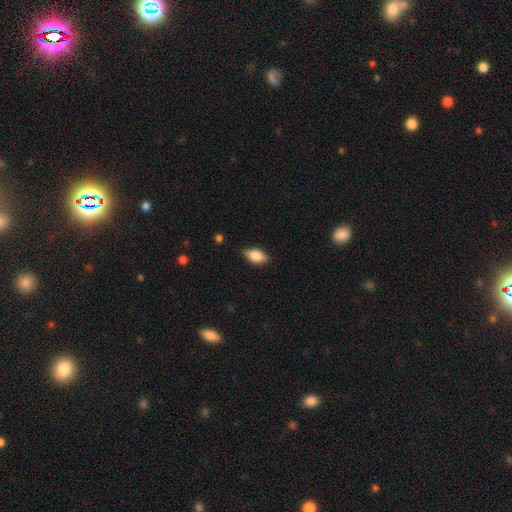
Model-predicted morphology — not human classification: This appears to be a smooth galaxy with no disk features (81%) that is in between round and cigar-shaped (90%). Merging: none (84%).